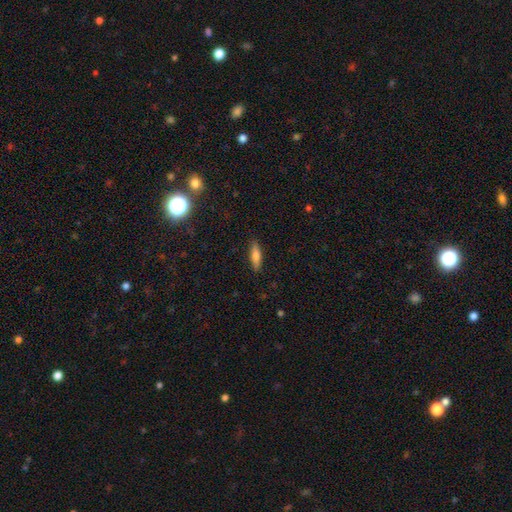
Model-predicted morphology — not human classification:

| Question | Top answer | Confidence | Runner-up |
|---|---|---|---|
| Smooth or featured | smooth | 67% | featured or disk (26%) |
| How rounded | cigar-shaped | 65% | in between (32%) |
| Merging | none | 88% | minor disturbance (8%) |